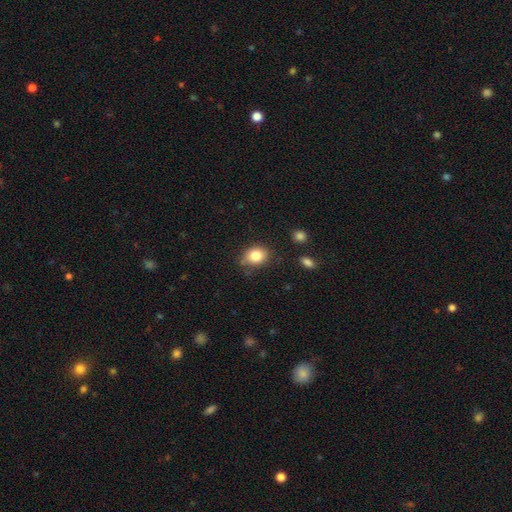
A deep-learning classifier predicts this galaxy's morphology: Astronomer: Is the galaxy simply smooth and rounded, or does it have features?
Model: smooth — 83%.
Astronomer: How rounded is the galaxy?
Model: in between — 56% (runner-up: round, 44%).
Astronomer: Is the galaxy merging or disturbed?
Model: none — 72%.